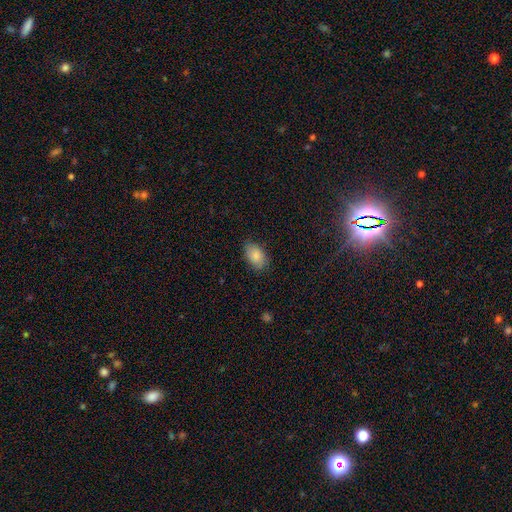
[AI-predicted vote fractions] smooth_or_featured: smooth (p=0.85) [alt: featured or disk p=0.08]
how_rounded: in between (p=0.91) [alt: round p=0.07]
merging: none (p=0.81) [alt: minor disturbance p=0.15]